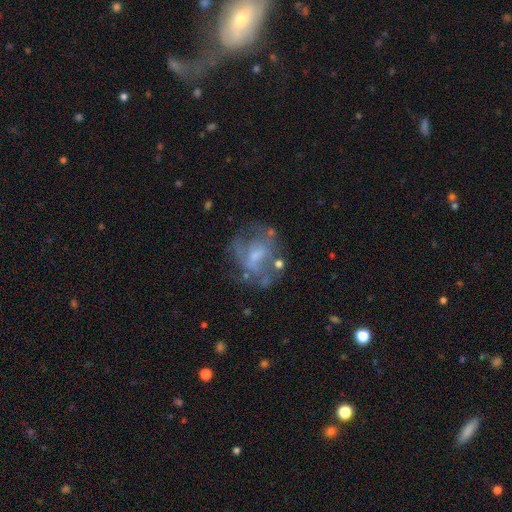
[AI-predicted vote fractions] smooth-or-featured: featured or disk: 61% | smooth: 28% | star or artifact: 11%
  disk-edge-on: no: 97% | yes: 3%
    bar: no: 47% | weak: 42% | strong: 12%
    has-spiral-arms: no: 60% | yes: 40%
    bulge-size: small: 44% | moderate: 30% | none: 22% | large: 3% | dominant: 1%
  merging: none: 48% | major disturbance: 25% | minor disturbance: 20% | merger: 7%